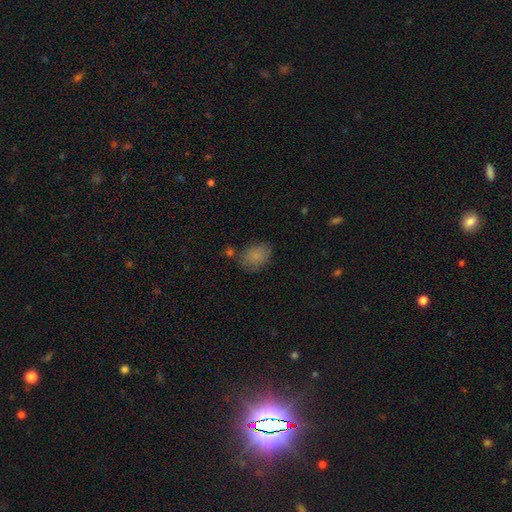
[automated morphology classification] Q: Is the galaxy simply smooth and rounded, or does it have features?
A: smooth — 82%.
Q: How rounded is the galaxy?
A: in between — 70%.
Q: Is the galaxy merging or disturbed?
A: none — 71%.